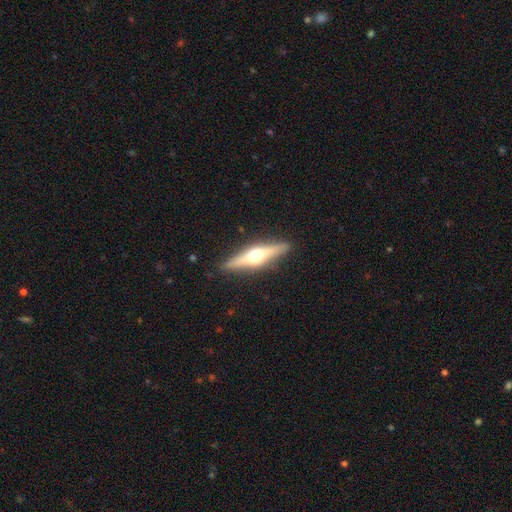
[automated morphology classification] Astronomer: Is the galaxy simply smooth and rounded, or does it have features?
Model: featured or disk — 67%.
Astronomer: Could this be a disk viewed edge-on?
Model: yes — 96%.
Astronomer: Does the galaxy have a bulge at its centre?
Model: rounded — 94%.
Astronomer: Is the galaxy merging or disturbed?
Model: none — 89%.